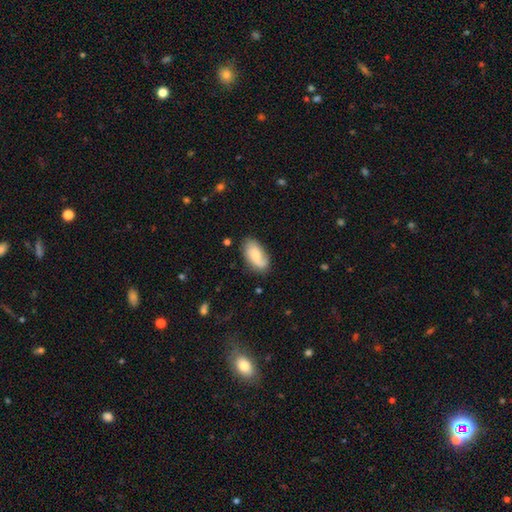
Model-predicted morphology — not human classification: smooth-or-featured: smooth: 54% | featured or disk: 39% | star or artifact: 7%
  how-rounded: in between: 93% | round: 4% | cigar-shaped: 3%
  merging: none: 72% | minor disturbance: 20% | major disturbance: 6% | merger: 2%